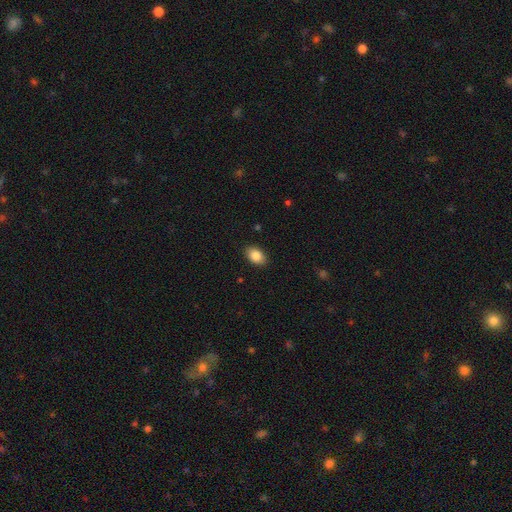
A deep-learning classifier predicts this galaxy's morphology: smooth-or-featured: smooth: 86% | star or artifact: 8% | featured or disk: 6%
  how-rounded: in between: 86% | round: 13% | cigar-shaped: 1%
  merging: none: 89% | minor disturbance: 8% | major disturbance: 2% | merger: 1%